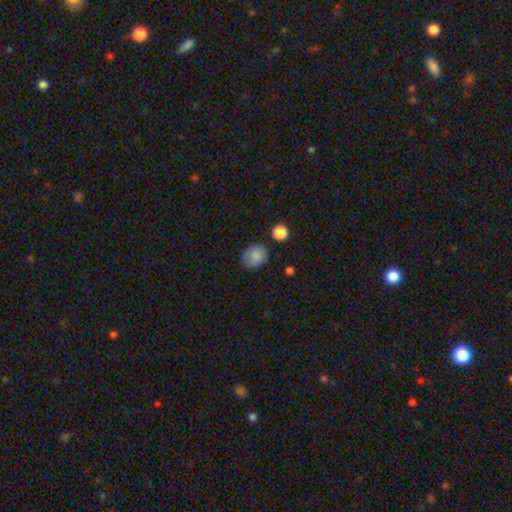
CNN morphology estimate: A smooth galaxy with no disk features (82%) that is round (59%).

Vote fractions:
- Smooth or featured? smooth: 82% / featured or disk: 9% / star or artifact: 9%
- How rounded? round: 59% / in between: 40% / cigar-shaped: 1%
- Merging? none: 69% / minor disturbance: 22% / major disturbance: 5% / merger: 4%